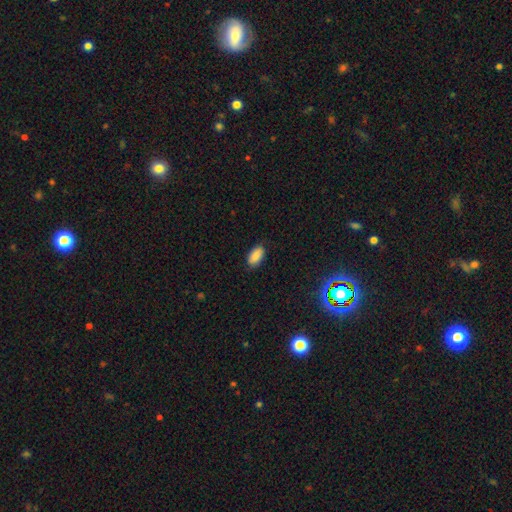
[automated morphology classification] Smooth or featured?
  - smooth: 86% *
  - star or artifact: 9%
  - featured or disk: 6%
How rounded?
  - in between: 93% *
  - round: 4%
  - cigar-shaped: 3%
Merging?
  - none: 82% *
  - minor disturbance: 14%
  - major disturbance: 3%
  - merger: 1%